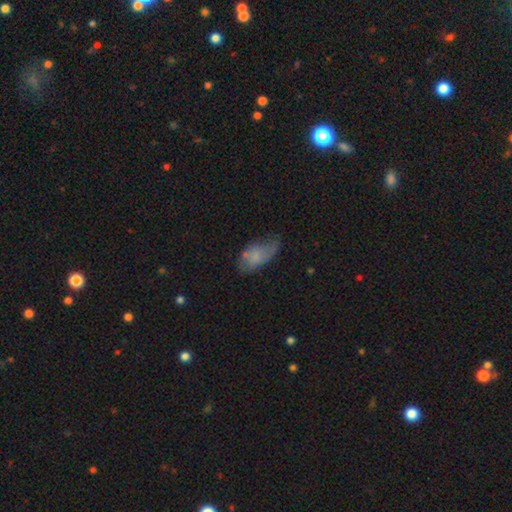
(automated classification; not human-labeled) Smooth or featured: smooth — 58% (featured or disk — 33%)
How rounded: in between — 92% (cigar-shaped — 4%)
Merging: none — 35% (tied with minor disturbance — 35%)